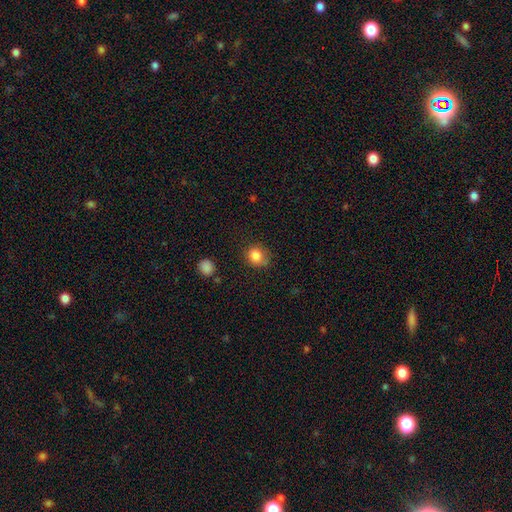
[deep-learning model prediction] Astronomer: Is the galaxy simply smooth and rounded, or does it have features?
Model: smooth — 84%.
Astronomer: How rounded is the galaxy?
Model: round — 78%.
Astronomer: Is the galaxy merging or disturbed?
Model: none — 70%.